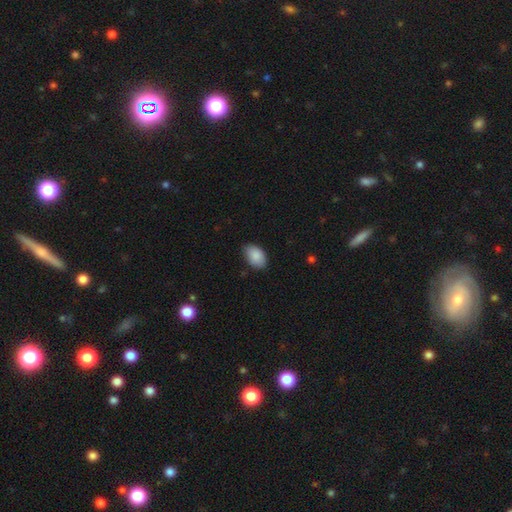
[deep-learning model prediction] smooth_or_featured: smooth (p=0.89) [alt: star or artifact p=0.07]
how_rounded: in between (p=0.90) [alt: round p=0.09]
merging: none (p=0.77) [alt: minor disturbance p=0.19]